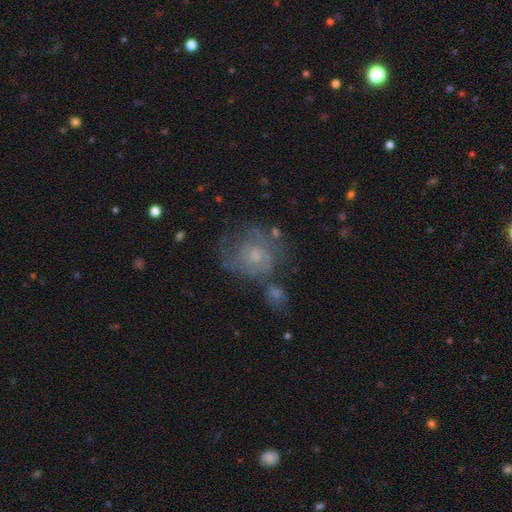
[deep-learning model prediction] Smooth or featured: featured or disk — 68% (smooth — 23%)
Edge-on disk: no — 98% (yes — 2%)
Bar: no — 70% (weak — 27%)
Spiral arms: yes — 80% (no — 20%)
Spiral winding: tight — 49% (medium — 38%)
Spiral arm count: can't tell — 42% (2 — 31%)
Bulge size: small — 48% (moderate — 37%)
Merging: none — 50% (minor disturbance — 20%)